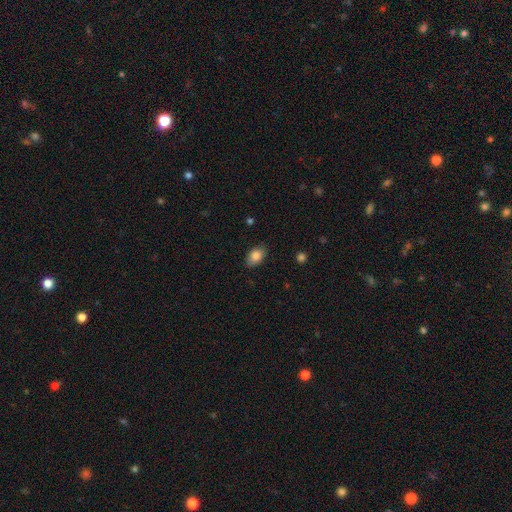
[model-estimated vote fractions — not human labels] The model was most divided on "merging": none: 84%, minor disturbance: 12%, major disturbance: 2%, merger: 1%. More confident: how rounded — in between (88%); smooth or featured — smooth (85%).